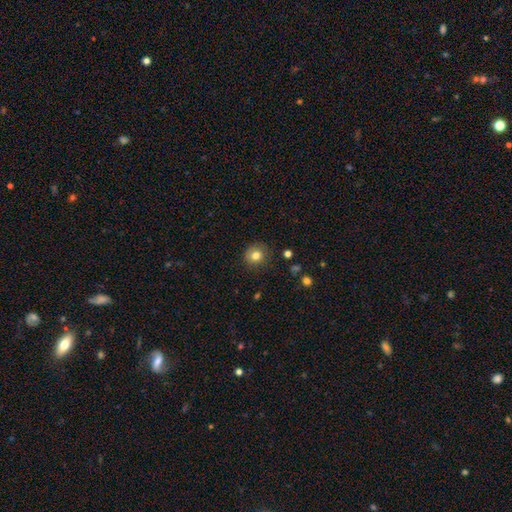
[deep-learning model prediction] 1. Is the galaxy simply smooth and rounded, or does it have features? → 80% smooth, 12% star or artifact, 8% featured or disk.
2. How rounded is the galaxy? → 88% round, 11% in between, 1% cigar-shaped.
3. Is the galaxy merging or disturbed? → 86% none, 10% minor disturbance, 3% major disturbance, 1% merger.